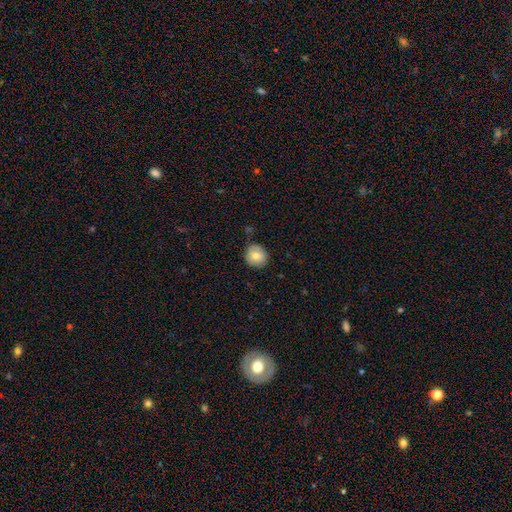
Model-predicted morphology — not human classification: smooth-or-featured: smooth: 78% | featured or disk: 14% | star or artifact: 8%
  how-rounded: round: 87% | in between: 12% | cigar-shaped: 1%
  merging: none: 82% | minor disturbance: 14% | major disturbance: 3% | merger: 2%